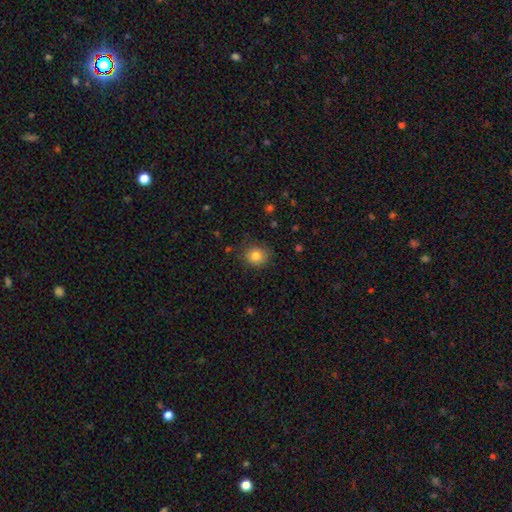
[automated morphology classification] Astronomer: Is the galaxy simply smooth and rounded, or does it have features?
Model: smooth — 82%.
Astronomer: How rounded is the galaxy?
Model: round — 79%.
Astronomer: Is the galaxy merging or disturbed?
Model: none — 82%.